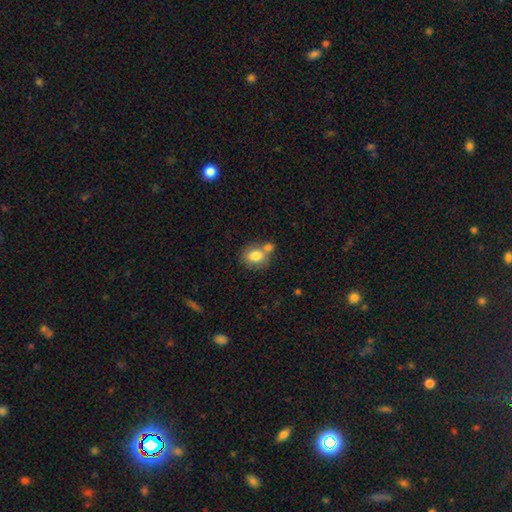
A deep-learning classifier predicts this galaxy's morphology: Overall: smooth (80%). How rounded: in between (49%, tied with round). Merging: none (46%; merger 36%).